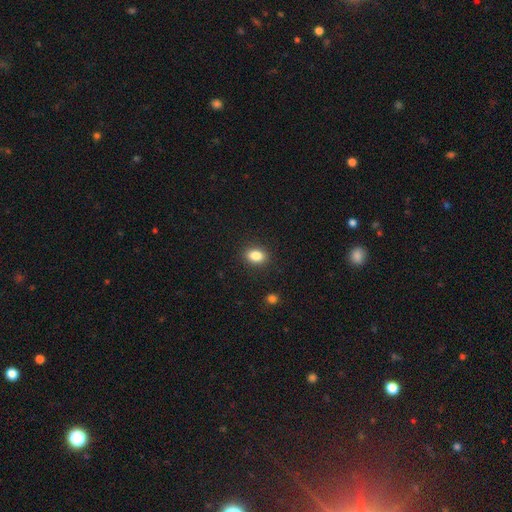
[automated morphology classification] Smooth or featured: smooth — 85% (star or artifact — 9%)
How rounded: in between — 77% (round — 21%)
Merging: none — 89% (minor disturbance — 8%)